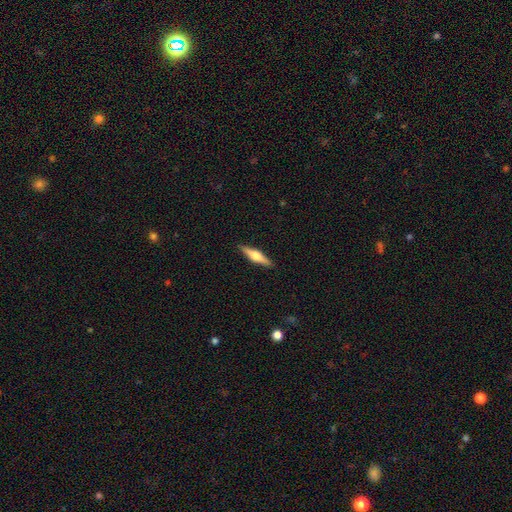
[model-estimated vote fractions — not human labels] The model was most divided on "smooth or featured": featured or disk: 60%, smooth: 34%, star or artifact: 5%. More confident: edge-on disk — yes (96%); edge-on bulge — rounded (92%); merging — none (91%).